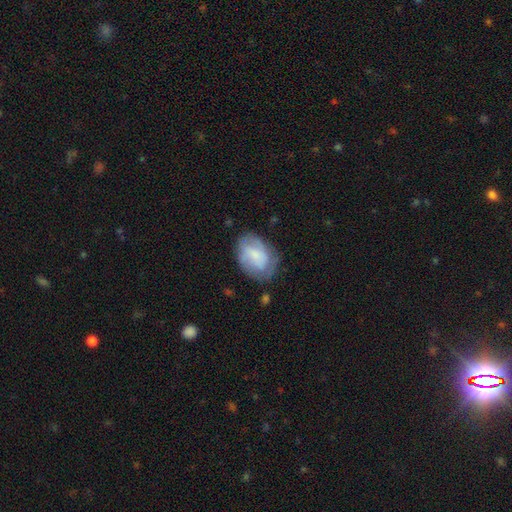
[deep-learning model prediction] Smooth or featured: smooth — 55% (featured or disk — 37%)
How rounded: in between — 77% (round — 22%)
Merging: none — 60% (minor disturbance — 26%)